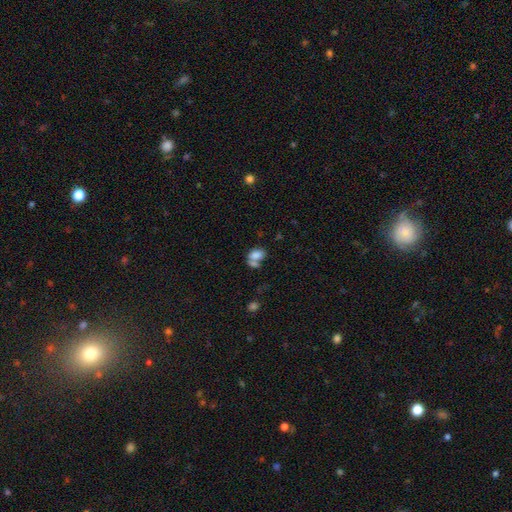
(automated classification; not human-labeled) smooth-or-featured: smooth: 77% | featured or disk: 13% | star or artifact: 10%
  how-rounded: in between: 81% | round: 18% | cigar-shaped: 2%
  merging: merger: 50% | none: 31% | minor disturbance: 11% | major disturbance: 7%